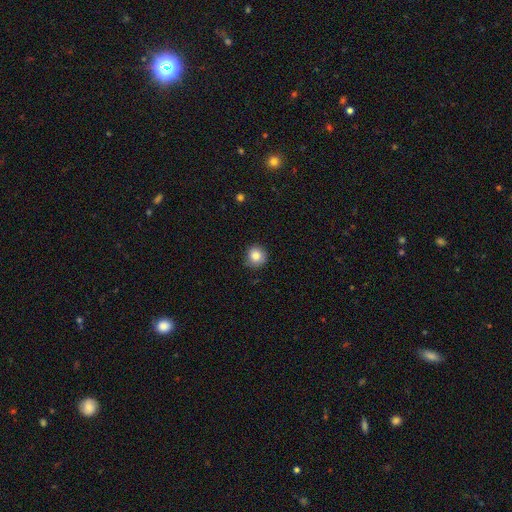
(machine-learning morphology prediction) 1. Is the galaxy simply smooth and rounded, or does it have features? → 85% smooth, 9% star or artifact, 6% featured or disk.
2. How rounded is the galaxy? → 93% round, 6% in between, 1% cigar-shaped.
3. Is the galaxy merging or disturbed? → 84% none, 13% minor disturbance, 2% major disturbance, 1% merger.